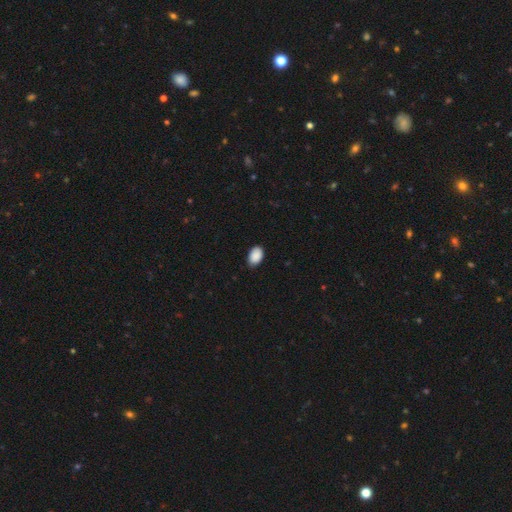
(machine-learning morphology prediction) A smooth galaxy with no disk features (90%) that is in between round and cigar-shaped (88%). Merging: none (84%).